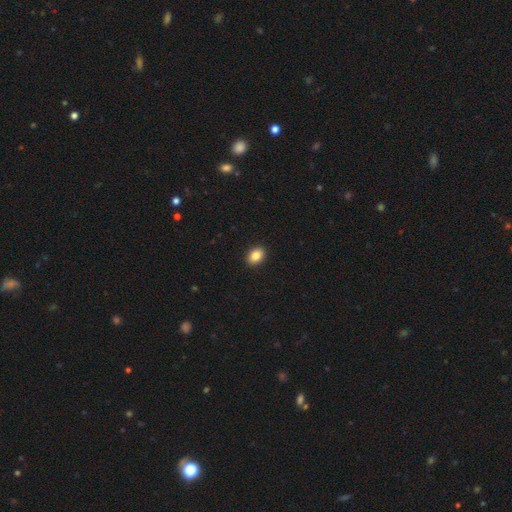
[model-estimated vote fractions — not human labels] Q: Smooth or featured?
A: smooth (86%); runner-up: star or artifact (8%)
Q: How rounded?
A: in between (75%); runner-up: round (24%)
Q: Merging?
A: none (92%); runner-up: minor disturbance (6%)